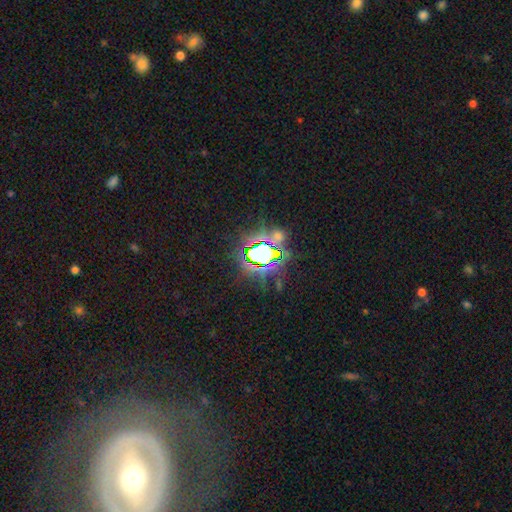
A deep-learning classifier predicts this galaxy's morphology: Overall: star or artifact (77%).